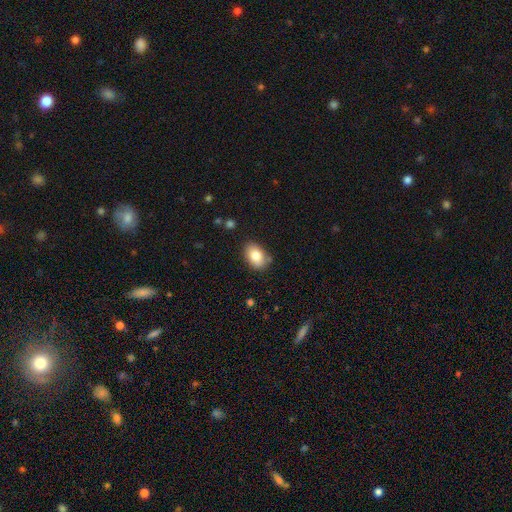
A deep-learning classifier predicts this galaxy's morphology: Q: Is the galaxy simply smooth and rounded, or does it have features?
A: smooth — 83%.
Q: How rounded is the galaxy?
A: in between — 87%.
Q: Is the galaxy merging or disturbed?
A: none — 80%.